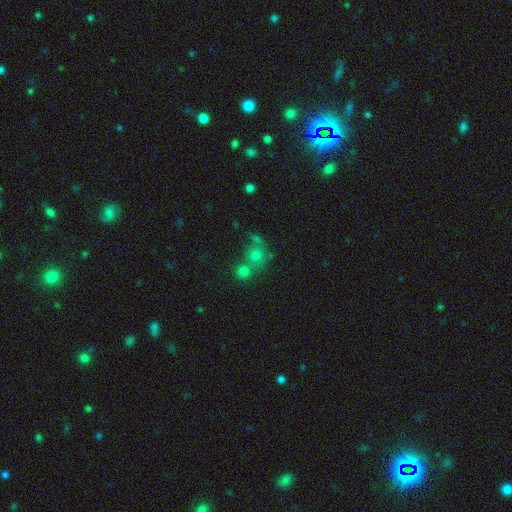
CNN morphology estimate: This appears to be a smooth galaxy with no disk features (61%) that is round (82%). Merging: merger (42%, tied with none).